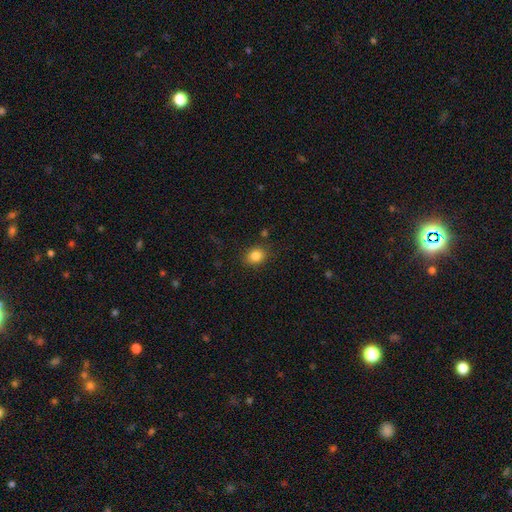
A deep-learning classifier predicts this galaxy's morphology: The model was most divided on "how rounded": round: 57%, in between: 43%, cigar-shaped: 1%. More confident: merging — none (85%); smooth or featured — smooth (83%).